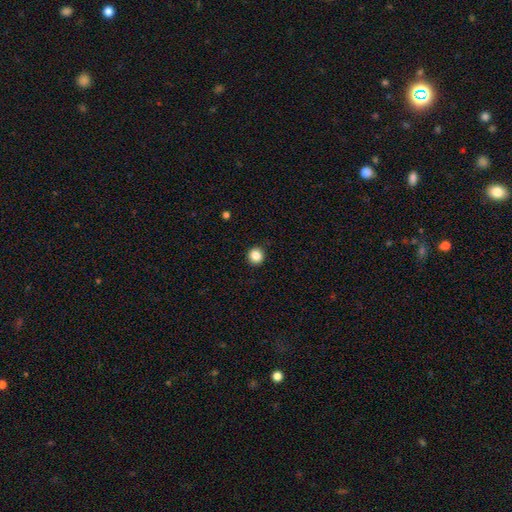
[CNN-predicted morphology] Q: Smooth or featured?
A: smooth (86%); runner-up: star or artifact (10%)
Q: How rounded?
A: round (92%); runner-up: in between (7%)
Q: Merging?
A: none (92%); runner-up: minor disturbance (5%)